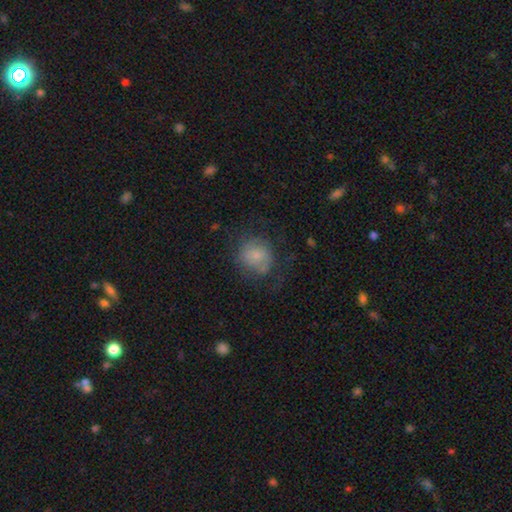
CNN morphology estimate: The model was most divided on "merging": none: 52%, minor disturbance: 23%, major disturbance: 21%, merger: 3%. More confident: how rounded — round (80%); smooth or featured — smooth (68%).